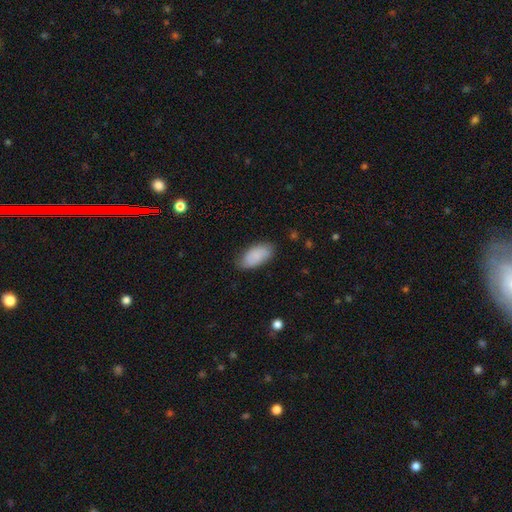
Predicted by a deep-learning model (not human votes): smooth 86%, featured or disk 8%, star or artifact 6%. Down the decision tree: how rounded — in between (94%); merging — none (78%).